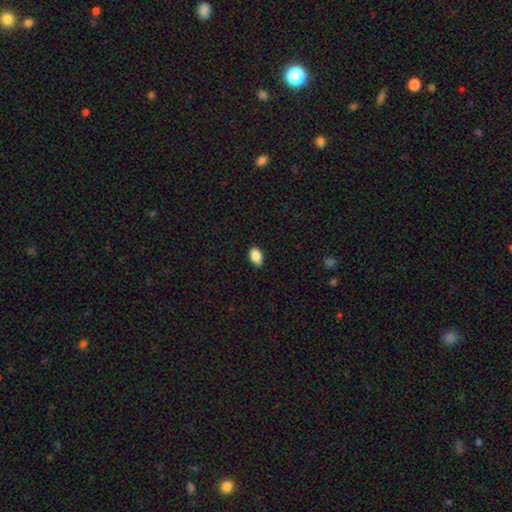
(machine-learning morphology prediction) smooth-or-featured: smooth: 88% | star or artifact: 8% | featured or disk: 4%
  how-rounded: in between: 89% | round: 10% | cigar-shaped: 1%
  merging: none: 82% | minor disturbance: 15% | major disturbance: 2% | merger: 1%